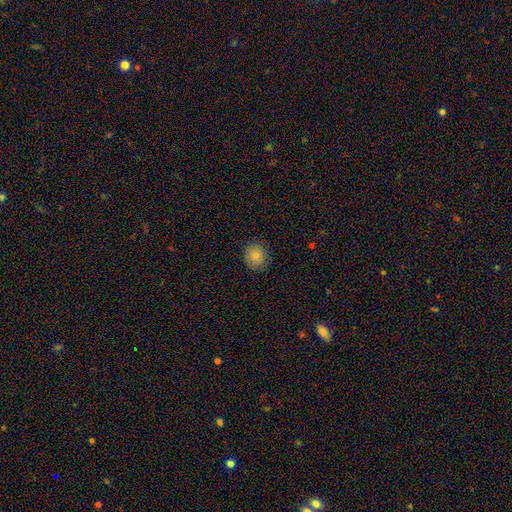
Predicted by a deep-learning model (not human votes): Smooth or featured? smooth (79%)
How rounded? round (80%)
Merging? none (86%)